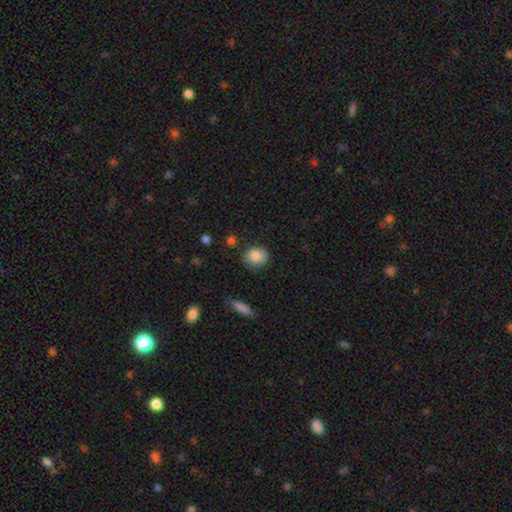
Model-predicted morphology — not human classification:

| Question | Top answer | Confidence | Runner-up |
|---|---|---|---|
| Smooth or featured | smooth | 86% | star or artifact (8%) |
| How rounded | round | 66% | in between (33%) |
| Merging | none | 79% | minor disturbance (16%) |